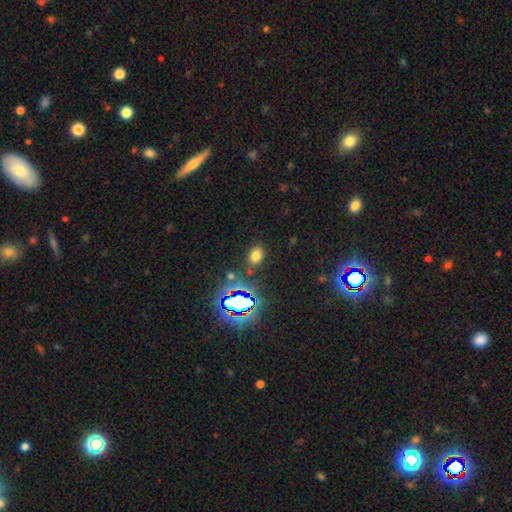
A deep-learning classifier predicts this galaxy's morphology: A smooth galaxy with no disk features (69%) that is in between round and cigar-shaped (72%).

Vote fractions:
- Smooth or featured? smooth: 69% / star or artifact: 23% / featured or disk: 8%
- How rounded? in between: 72% / round: 27% / cigar-shaped: 1%
- Merging? none: 83% / minor disturbance: 10% / major disturbance: 4% / merger: 4%